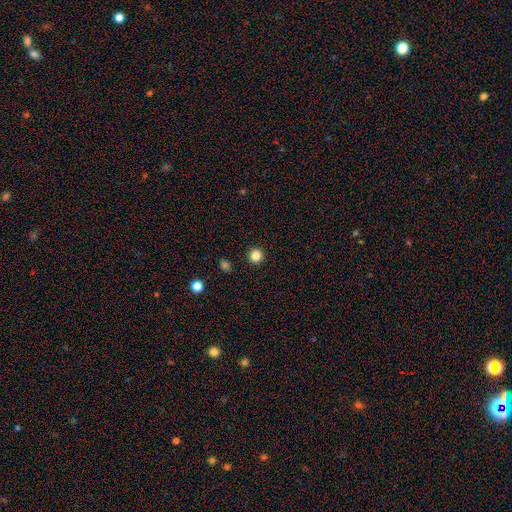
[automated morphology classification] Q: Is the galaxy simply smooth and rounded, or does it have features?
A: smooth — 85%.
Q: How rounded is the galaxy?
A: round — 96%.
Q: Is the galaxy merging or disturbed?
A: none — 93%.